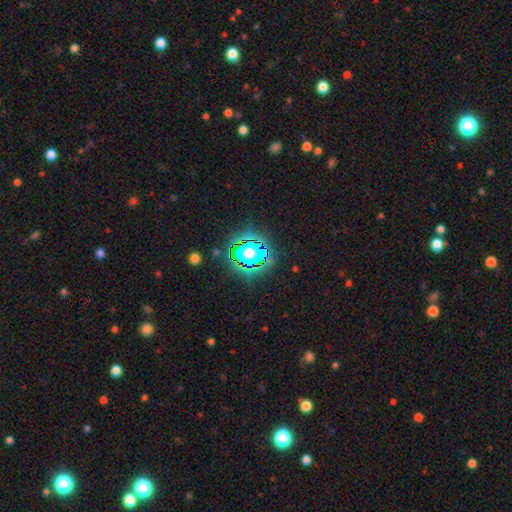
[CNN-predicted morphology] This is likely a star or artifact rather than a galaxy (79%).